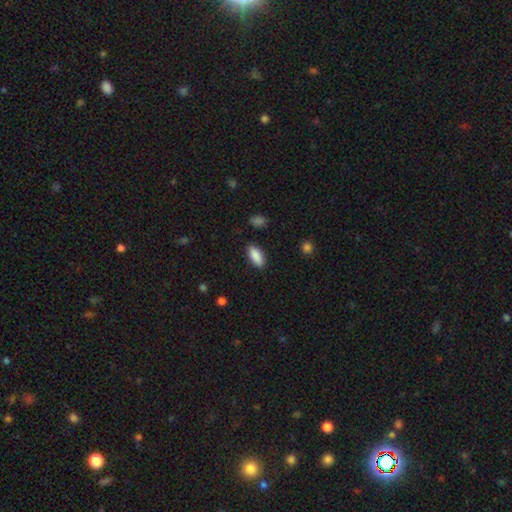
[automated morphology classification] Smooth or featured? smooth (88%)
How rounded? in between (82%)
Merging? none (87%)